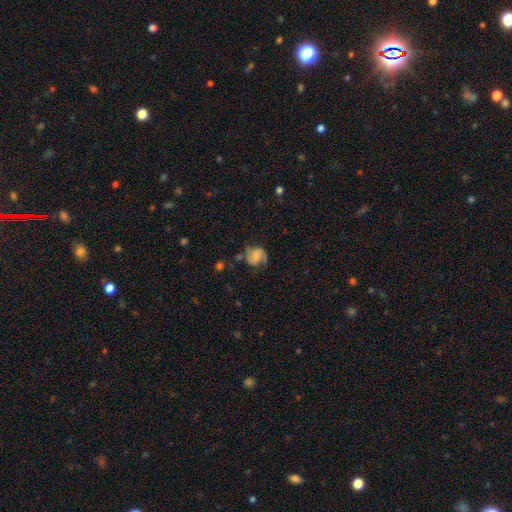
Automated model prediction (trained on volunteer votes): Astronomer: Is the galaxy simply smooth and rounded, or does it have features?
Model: featured or disk — 67%.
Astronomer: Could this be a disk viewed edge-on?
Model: no — 98%.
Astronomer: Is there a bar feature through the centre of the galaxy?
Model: no — 51% (runner-up: weak, 39%).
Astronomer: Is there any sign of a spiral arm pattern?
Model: yes — 94%.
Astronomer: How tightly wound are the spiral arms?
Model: medium — 48% (runner-up: tight, 31%).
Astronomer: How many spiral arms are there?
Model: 2 — 85%.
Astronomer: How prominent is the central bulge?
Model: none — 40% (runner-up: small, 29%).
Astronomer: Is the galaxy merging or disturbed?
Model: none — 66%.